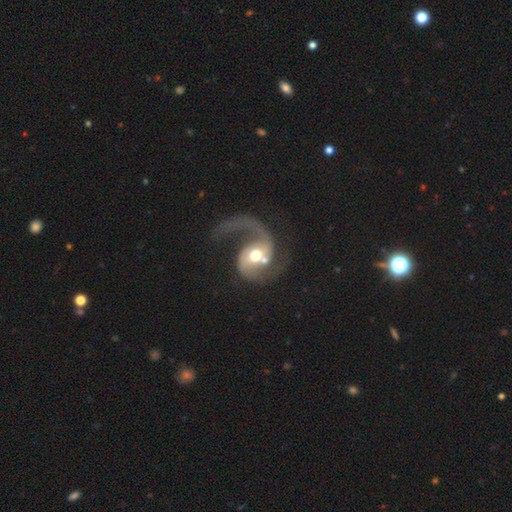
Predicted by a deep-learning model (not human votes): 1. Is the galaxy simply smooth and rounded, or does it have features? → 86% featured or disk, 9% smooth, 5% star or artifact.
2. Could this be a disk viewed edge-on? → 98% no, 2% yes.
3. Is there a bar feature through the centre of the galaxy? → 56% no, 30% weak, 13% strong.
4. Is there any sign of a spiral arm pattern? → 96% yes, 4% no.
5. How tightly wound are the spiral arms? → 53% loose, 38% medium, 9% tight.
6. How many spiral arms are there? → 69% 2, 25% 1, 2% can't tell, 1% 3, 1% 4, 1% more than 4.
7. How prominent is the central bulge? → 68% moderate, 18% large, 10% small, 2% dominant, 1% none.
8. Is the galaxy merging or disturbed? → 39% none, 28% major disturbance, 19% merger, 14% minor disturbance.